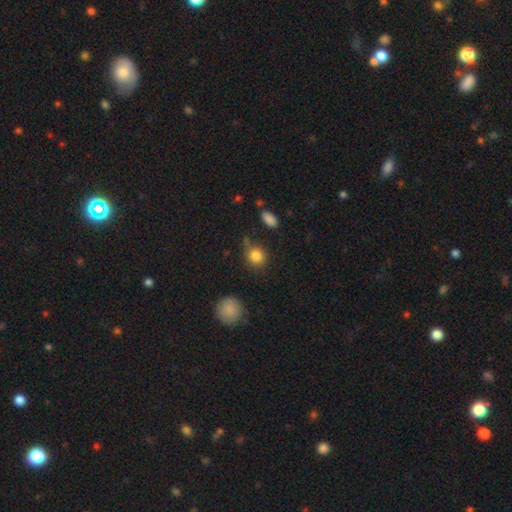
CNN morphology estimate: Overall: smooth (84%). How rounded: round (83%). Merging: none (76%).